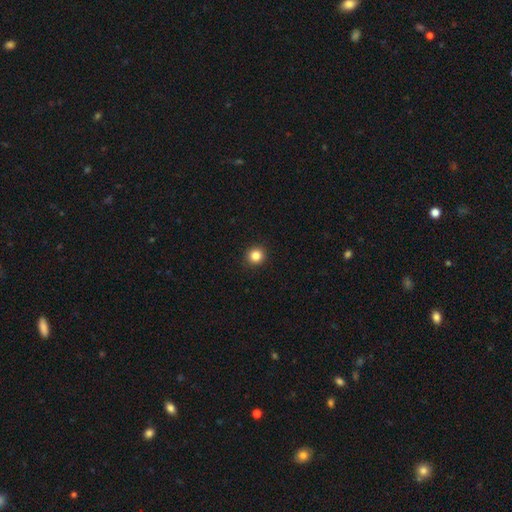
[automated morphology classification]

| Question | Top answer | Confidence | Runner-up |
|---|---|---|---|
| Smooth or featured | smooth | 84% | star or artifact (12%) |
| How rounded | round | 94% | in between (5%) |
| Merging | none | 93% | minor disturbance (4%) |